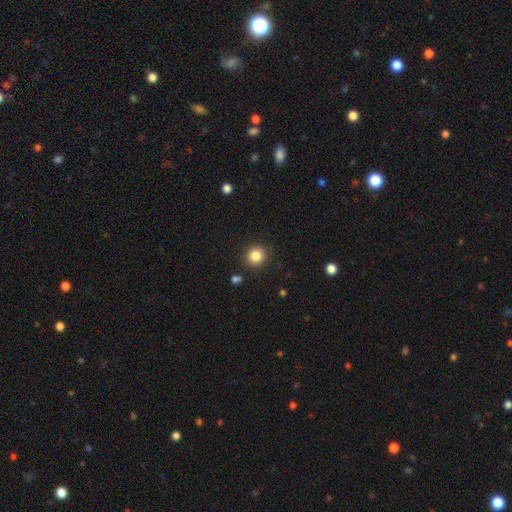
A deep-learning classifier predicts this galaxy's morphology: Smooth or featured: smooth — 85% (star or artifact — 11%)
How rounded: round — 90% (in between — 9%)
Merging: none — 87% (minor disturbance — 8%)